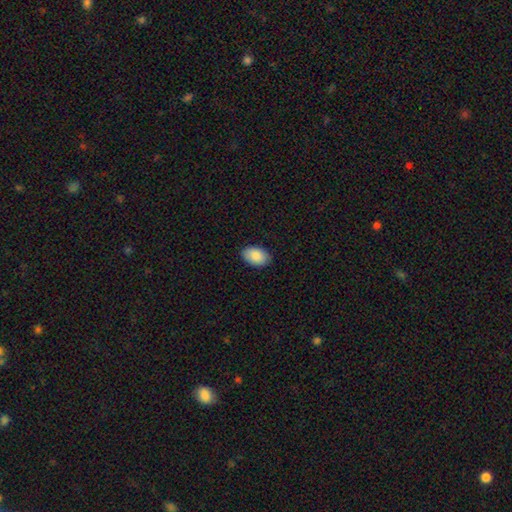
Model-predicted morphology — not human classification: smooth-or-featured: smooth: 89% | star or artifact: 6% | featured or disk: 5%
  how-rounded: in between: 91% | round: 8% | cigar-shaped: 1%
  merging: none: 88% | minor disturbance: 9% | major disturbance: 2% | merger: 1%